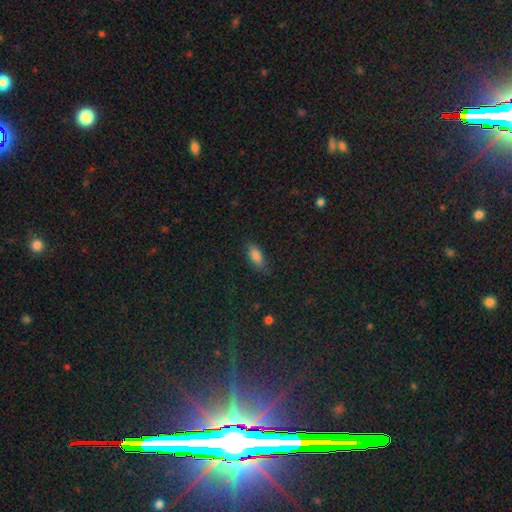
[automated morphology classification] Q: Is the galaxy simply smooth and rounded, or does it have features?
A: smooth — 82%.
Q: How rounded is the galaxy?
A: in between — 85%.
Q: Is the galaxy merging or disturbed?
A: none — 78%.